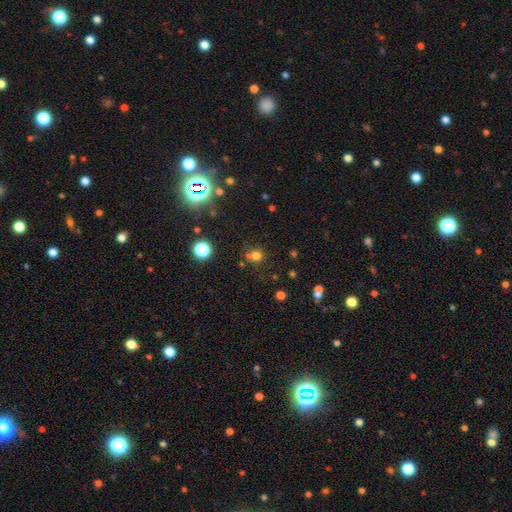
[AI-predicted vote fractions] Smooth or featured? Predicted: smooth (p=0.68). How rounded? Predicted: round (p=0.87). Merging? Predicted: none (p=0.68).